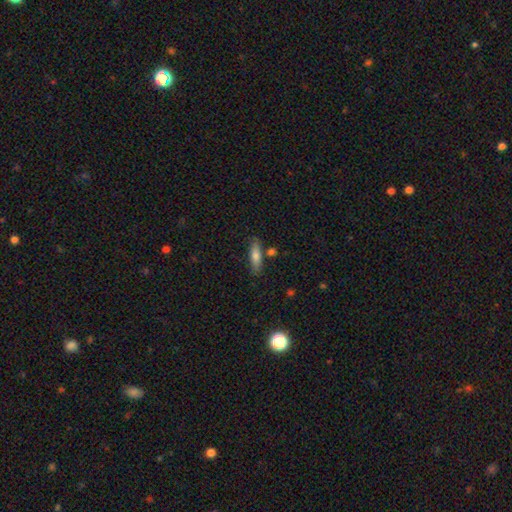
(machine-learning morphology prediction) smooth_or_featured: smooth (p=0.70) [alt: featured or disk p=0.22]
how_rounded: cigar-shaped (p=0.57) [alt: in between p=0.41]
merging: none (p=0.80) [alt: minor disturbance p=0.12]